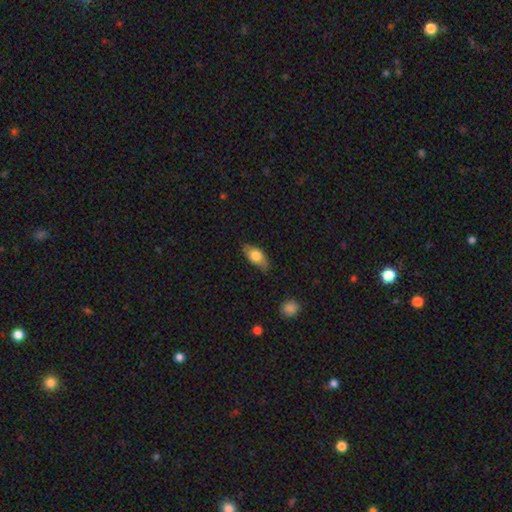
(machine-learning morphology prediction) Smooth or featured? Predicted: smooth (p=0.70). How rounded? Predicted: in between (p=0.82). Merging? Predicted: none (p=0.78).